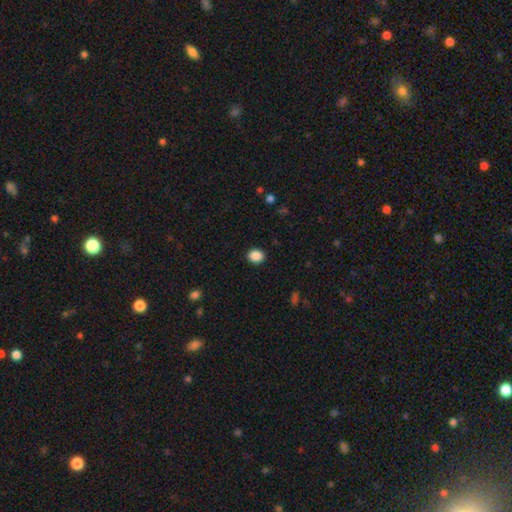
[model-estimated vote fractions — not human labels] This is clearly a smooth galaxy (88%). How rounded: likely round (62%). Merging: clearly none (90%).